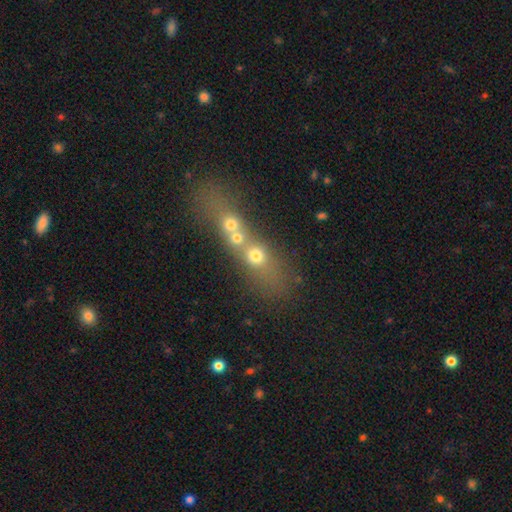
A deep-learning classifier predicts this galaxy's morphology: A smooth galaxy with no disk features (59%) that is round (47%). Merging: merger (67%).